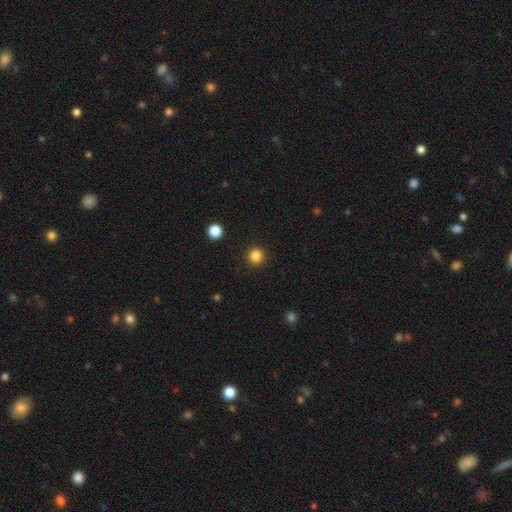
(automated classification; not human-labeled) smooth 85%, star or artifact 12%, featured or disk 3%. Down the decision tree: how rounded — round (95%); merging — none (92%).